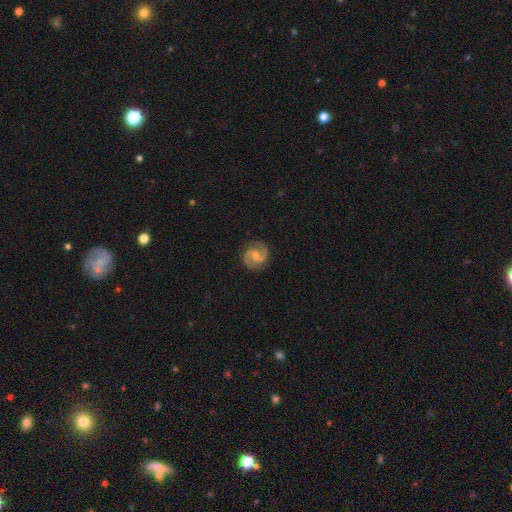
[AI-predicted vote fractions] Overall: featured or disk (86%). Edge-on disk: no (98%). Bar: weak (51%; no 33%). Spiral arms: yes (97%). Spiral arm count: 2 (93%). Spiral winding: medium (54%; tight 30%). Bulge size: small (49%; moderate 43%). Merging: none (88%).